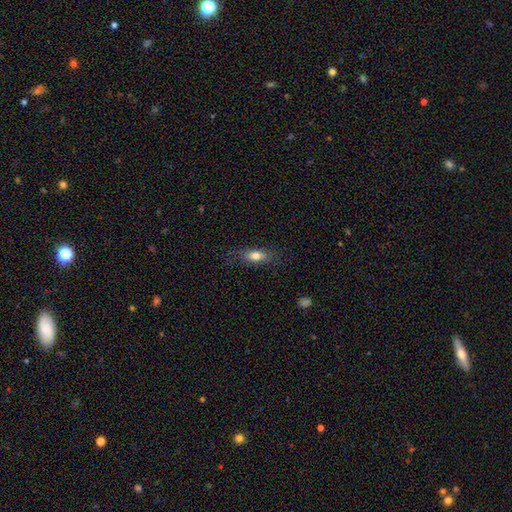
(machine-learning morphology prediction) smooth-or-featured: smooth: 74% | featured or disk: 19% | star or artifact: 7%
  how-rounded: in between: 73% | cigar-shaped: 23% | round: 4%
  merging: none: 77% | minor disturbance: 16% | major disturbance: 6% | merger: 1%